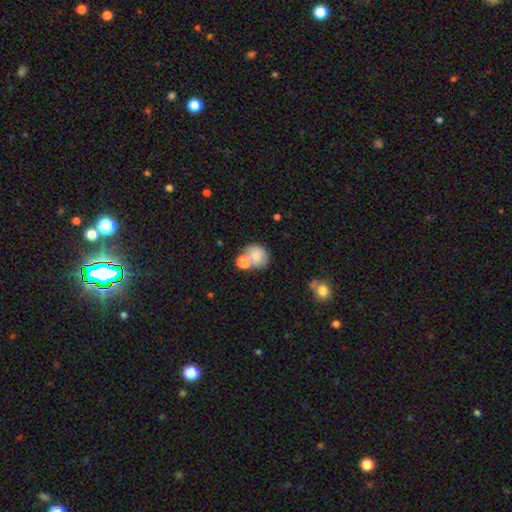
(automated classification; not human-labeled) smooth 77%, featured or disk 13%, star or artifact 10%. Down the decision tree: how rounded — round (75%); merging — none (46%).